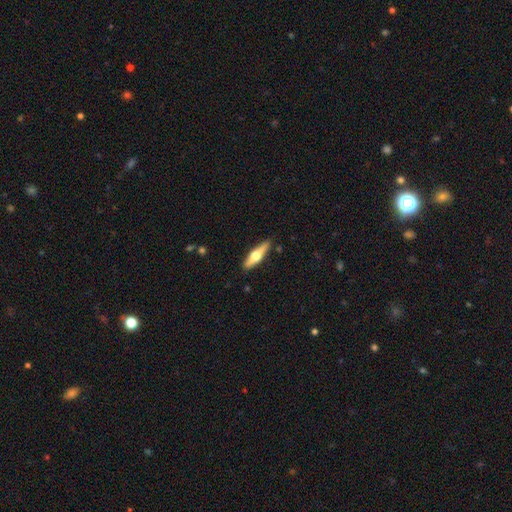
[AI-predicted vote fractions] A featured or disk galaxy (56%) viewed edge-on (95%) with a rounded central bulge (95%). Merging: none (89%).